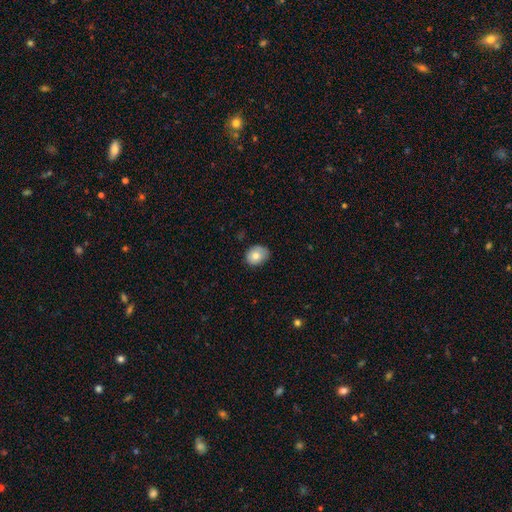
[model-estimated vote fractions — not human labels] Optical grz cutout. It shows a smooth galaxy with no disk features (79%) that is round (53%). Merging: none (73%).